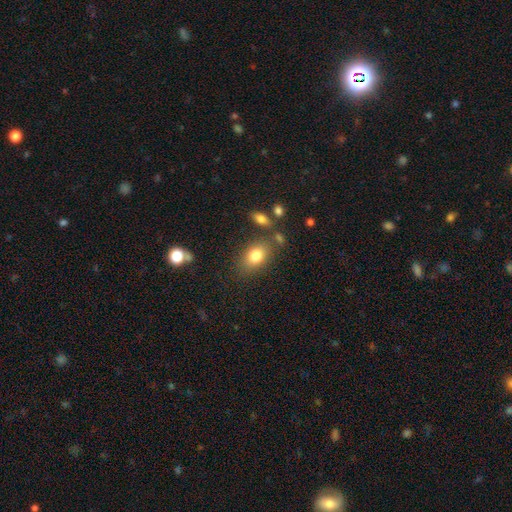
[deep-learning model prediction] Morphology: type=smooth (81%); roundness=in between (80%); merging=none (73%).